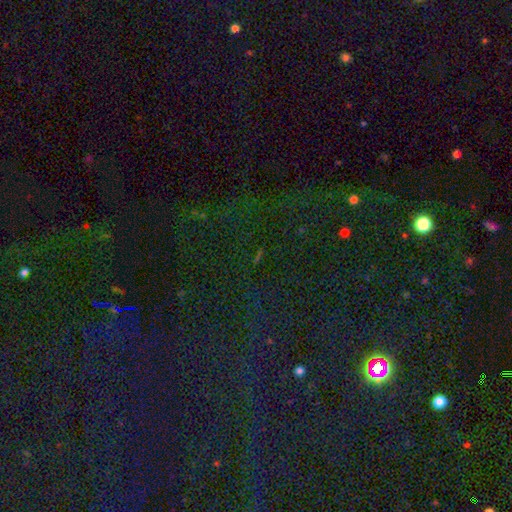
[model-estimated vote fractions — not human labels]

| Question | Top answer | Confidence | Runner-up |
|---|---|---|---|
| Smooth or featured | star or artifact | 77% | smooth (14%) |